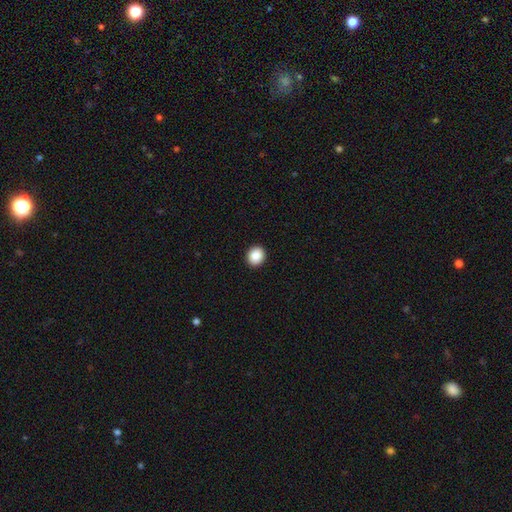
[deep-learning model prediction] Smooth or featured? smooth (89%)
How rounded? round (76%)
Merging? none (92%)